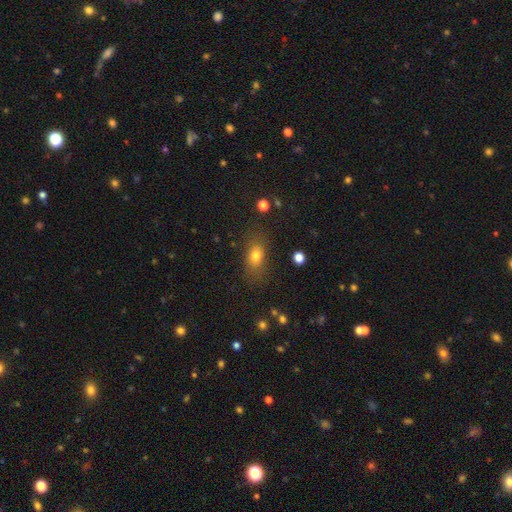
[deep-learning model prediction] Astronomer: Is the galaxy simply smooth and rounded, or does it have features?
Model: smooth — 76%.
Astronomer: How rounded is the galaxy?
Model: in between — 75%.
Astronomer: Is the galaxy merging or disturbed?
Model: none — 75%.